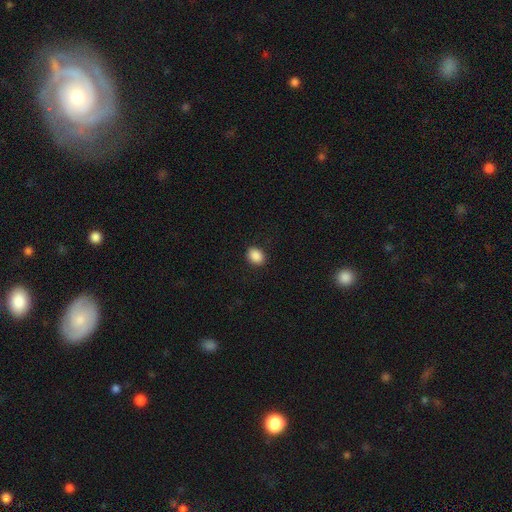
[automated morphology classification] type=smooth (89%); roundness=in between (61%); merging=none (89%).